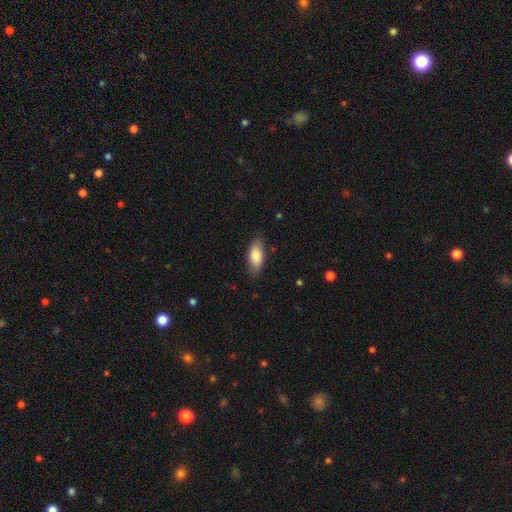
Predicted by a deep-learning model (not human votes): Morphology: type=smooth (83%); roundness=in between (85%); merging=none (82%).